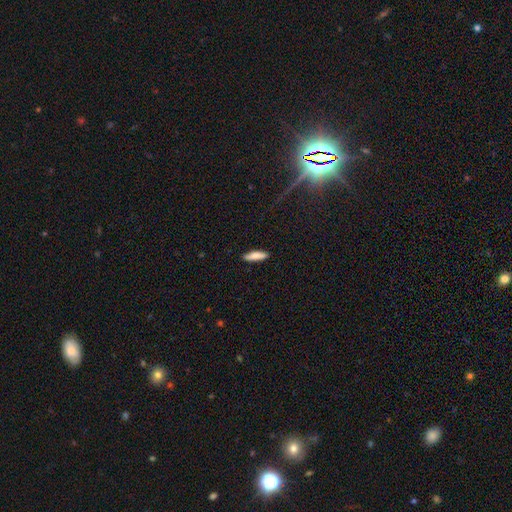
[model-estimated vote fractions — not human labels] Smooth or featured: smooth — 81% (featured or disk — 13%)
How rounded: cigar-shaped — 70% (in between — 28%)
Merging: none — 89% (minor disturbance — 9%)